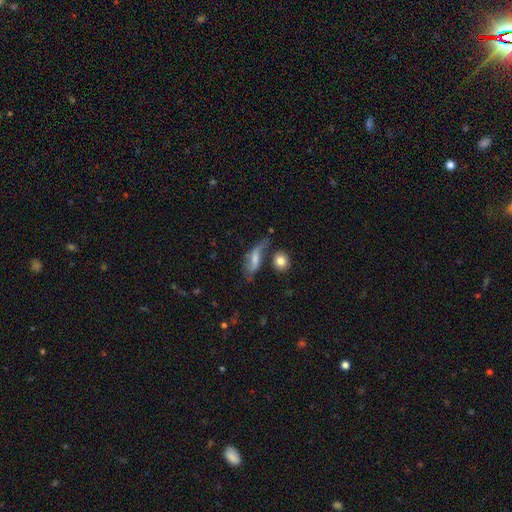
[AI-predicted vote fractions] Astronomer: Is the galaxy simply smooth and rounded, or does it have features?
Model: featured or disk — 44% (runner-up: smooth, 42%).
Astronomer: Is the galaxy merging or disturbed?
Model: none — 44% (runner-up: minor disturbance, 23%).